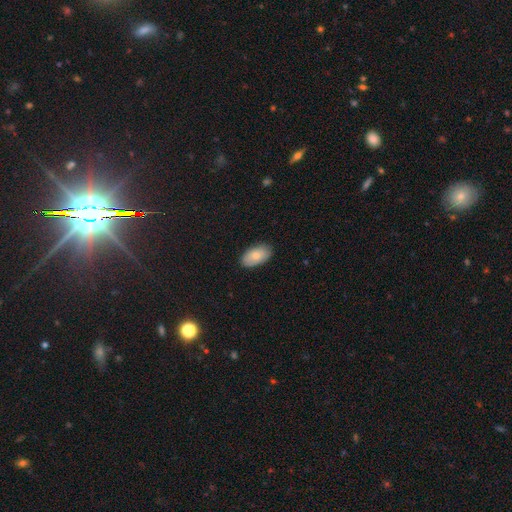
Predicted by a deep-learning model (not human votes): smooth_or_featured: smooth (p=0.79) [alt: featured or disk p=0.14]
how_rounded: in between (p=0.94) [alt: round p=0.04]
merging: none (p=0.85) [alt: minor disturbance p=0.12]